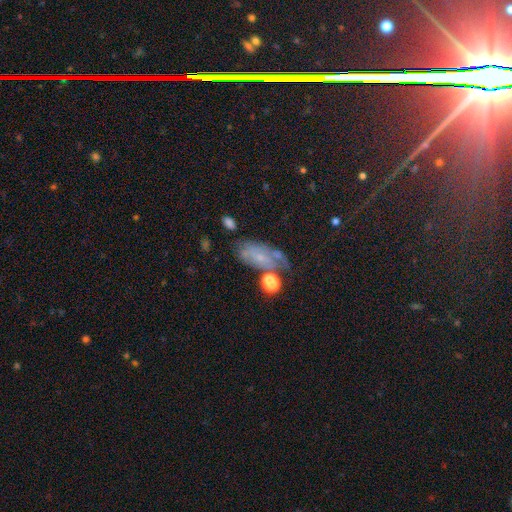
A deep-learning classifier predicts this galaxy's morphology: star or artifact 41%, featured or disk 31%, smooth 27%.